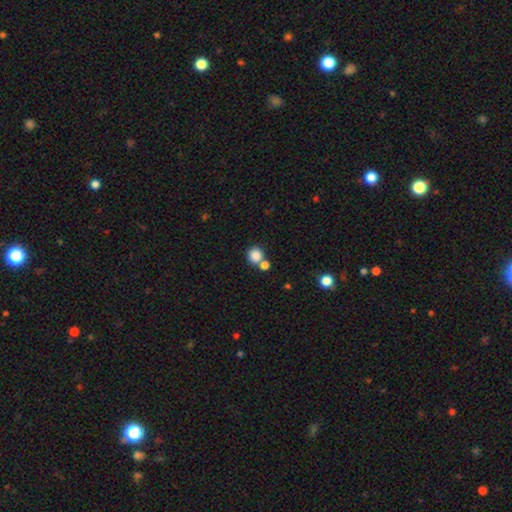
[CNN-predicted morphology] Smooth or featured? smooth (84%)
How rounded? round (90%)
Merging? none (59%)